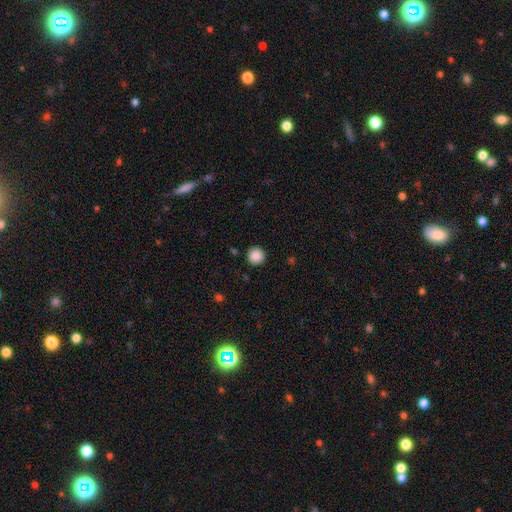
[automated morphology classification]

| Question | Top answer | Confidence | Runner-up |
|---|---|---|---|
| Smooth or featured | smooth | 88% | star or artifact (9%) |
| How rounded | round | 96% | in between (3%) |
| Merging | none | 92% | minor disturbance (5%) |